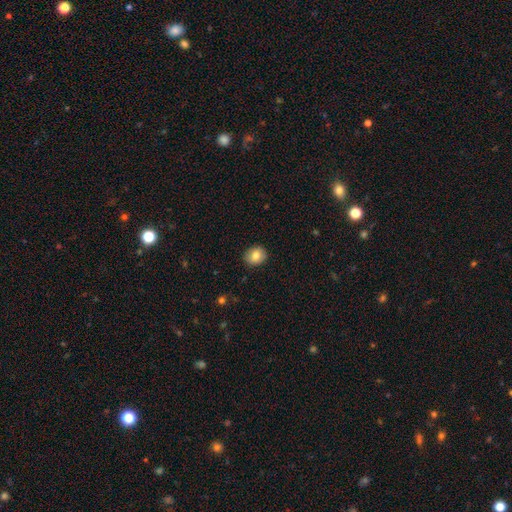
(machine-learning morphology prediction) Smooth or featured?
  - smooth: 83% *
  - featured or disk: 9%
  - star or artifact: 8%
How rounded?
  - round: 59% *
  - in between: 40%
  - cigar-shaped: 1%
Merging?
  - none: 89% *
  - minor disturbance: 8%
  - major disturbance: 2%
  - merger: 1%